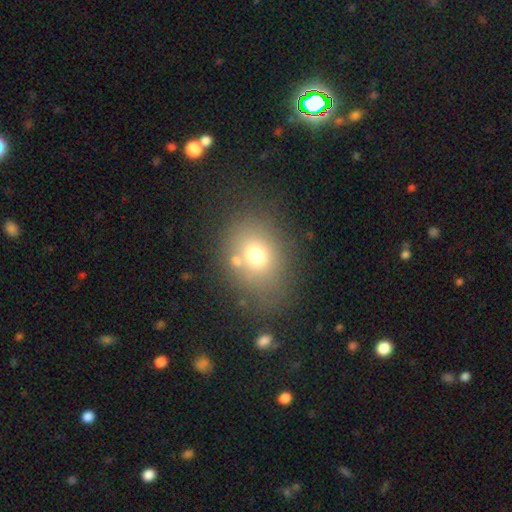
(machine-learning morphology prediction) Smooth or featured: smooth — 68% (star or artifact — 17%)
How rounded: round — 52% (in between — 46%)
Merging: none — 68% (minor disturbance — 14%)